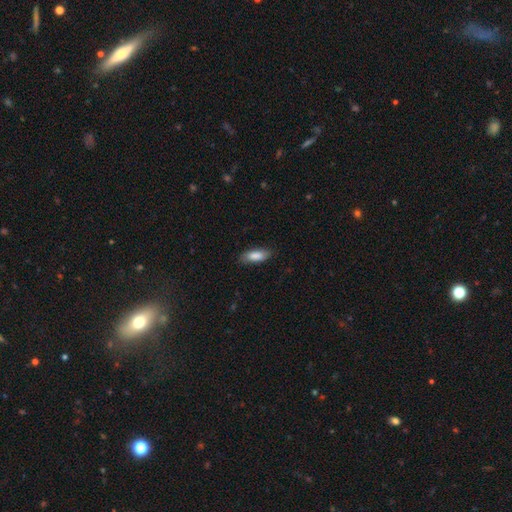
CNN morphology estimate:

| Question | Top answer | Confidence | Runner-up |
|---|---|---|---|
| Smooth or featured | smooth | 84% | featured or disk (10%) |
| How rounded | in between | 71% | cigar-shaped (27%) |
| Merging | none | 81% | minor disturbance (15%) |